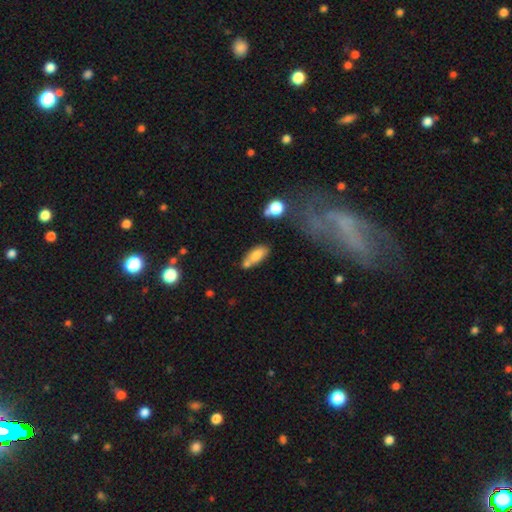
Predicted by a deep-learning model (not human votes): Smooth or featured: smooth — 78% (featured or disk — 14%)
How rounded: in between — 81% (cigar-shaped — 16%)
Merging: none — 54% (merger — 23%)